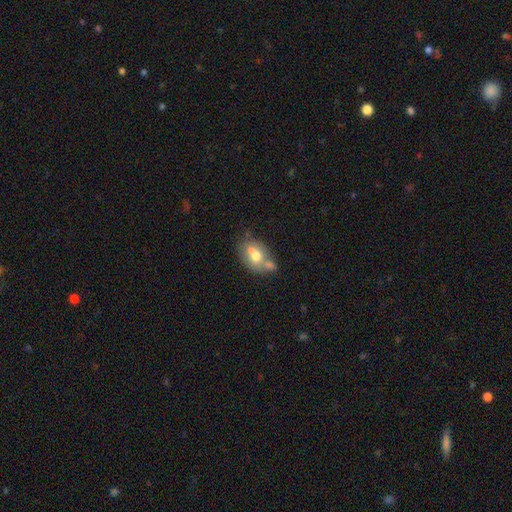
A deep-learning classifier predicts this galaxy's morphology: smooth 61%, featured or disk 31%, star or artifact 9%. Down the decision tree: how rounded — in between (71%); merging — merger (44%).